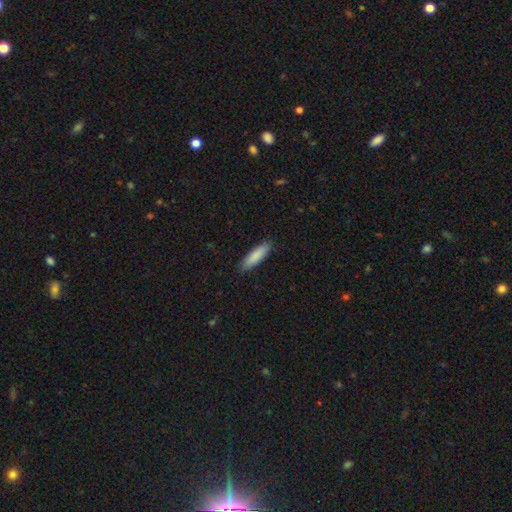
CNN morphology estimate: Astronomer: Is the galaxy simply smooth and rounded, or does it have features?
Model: smooth — 88%.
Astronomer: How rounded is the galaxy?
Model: cigar-shaped — 67%.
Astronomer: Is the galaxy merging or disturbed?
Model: none — 89%.